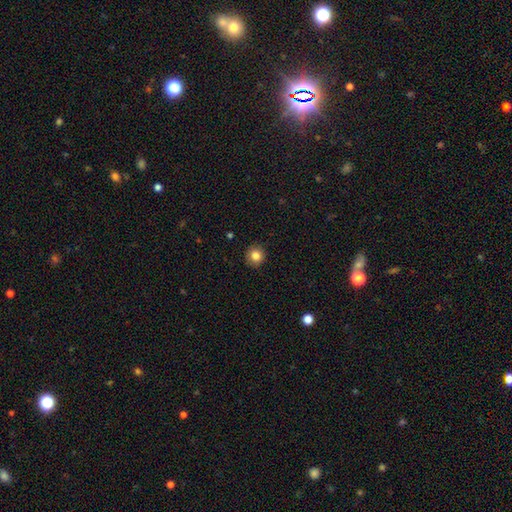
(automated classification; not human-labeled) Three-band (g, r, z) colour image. It shows a smooth galaxy with no disk features (84%) that is round (92%). Merging: none (90%).